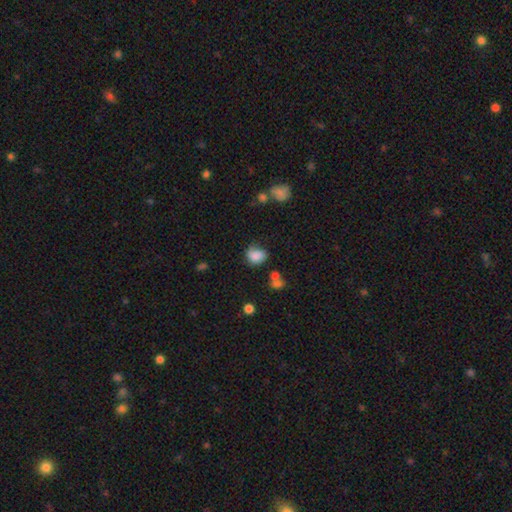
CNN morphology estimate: A smooth galaxy with no disk features (82%) that is round (53%). Merging: none (53%).